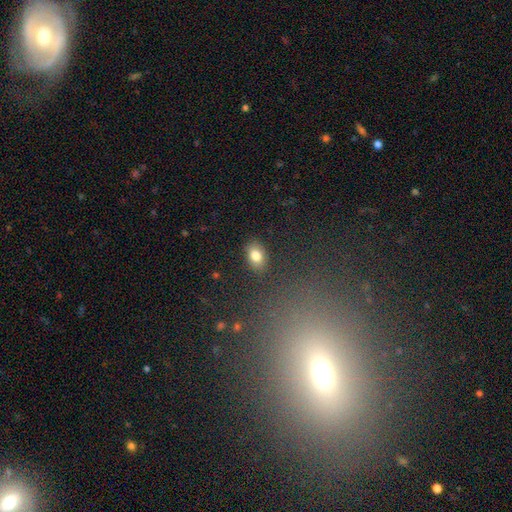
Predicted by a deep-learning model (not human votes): A smooth galaxy with no disk features (81%) that is in between round and cigar-shaped (82%).

Vote fractions:
- Smooth or featured? smooth: 81% / featured or disk: 10% / star or artifact: 9%
- How rounded? in between: 82% / round: 16% / cigar-shaped: 1%
- Merging? none: 86% / minor disturbance: 10% / major disturbance: 3% / merger: 2%